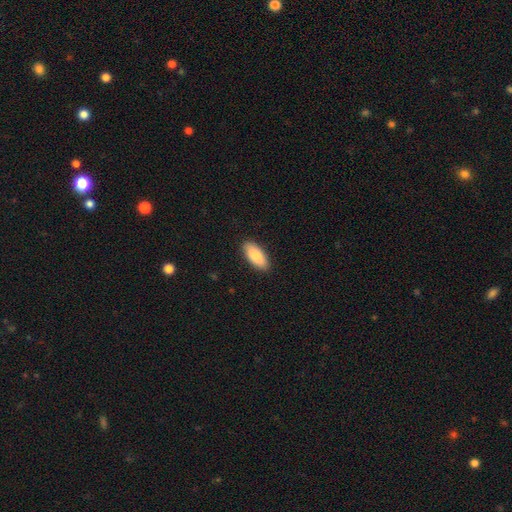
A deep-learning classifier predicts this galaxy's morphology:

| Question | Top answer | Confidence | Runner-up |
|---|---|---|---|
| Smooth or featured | smooth | 85% | featured or disk (9%) |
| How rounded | in between | 86% | cigar-shaped (12%) |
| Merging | none | 89% | minor disturbance (8%) |